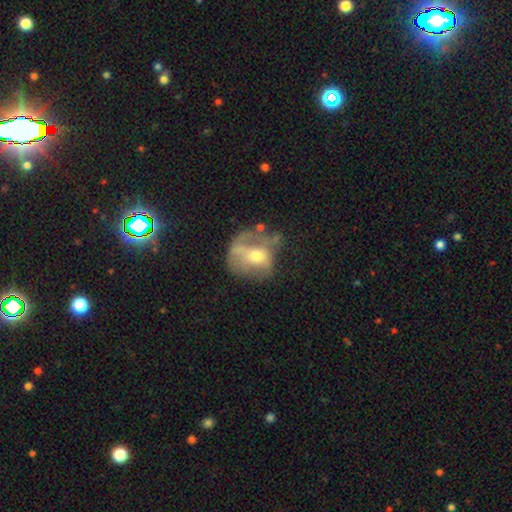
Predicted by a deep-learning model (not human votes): A featured or disk galaxy (49%).

Vote fractions:
- Smooth or featured? featured or disk: 49% / smooth: 40% / star or artifact: 11%
- Merging? major disturbance: 36% / none: 33% / minor disturbance: 24% / merger: 7%